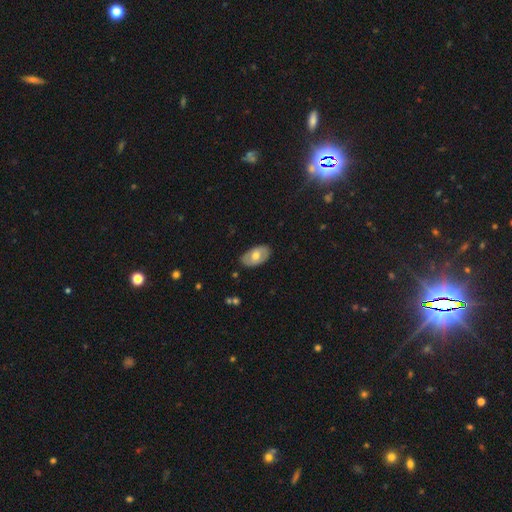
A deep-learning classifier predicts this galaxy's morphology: type=smooth (58%); roundness=in between (93%); merging=none (84%).